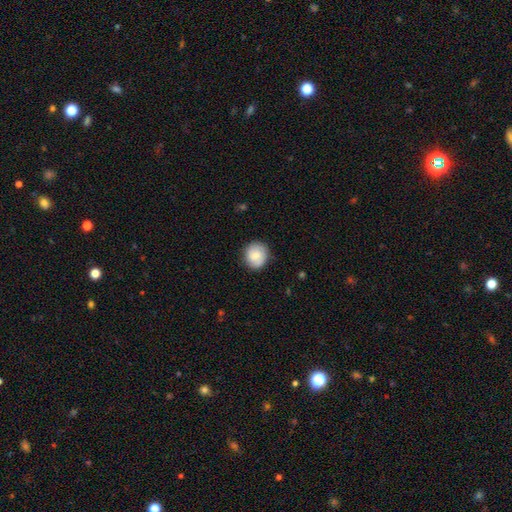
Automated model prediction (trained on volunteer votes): Smooth or featured: smooth — 78% (featured or disk — 15%)
How rounded: round — 84% (in between — 15%)
Merging: none — 85% (minor disturbance — 11%)